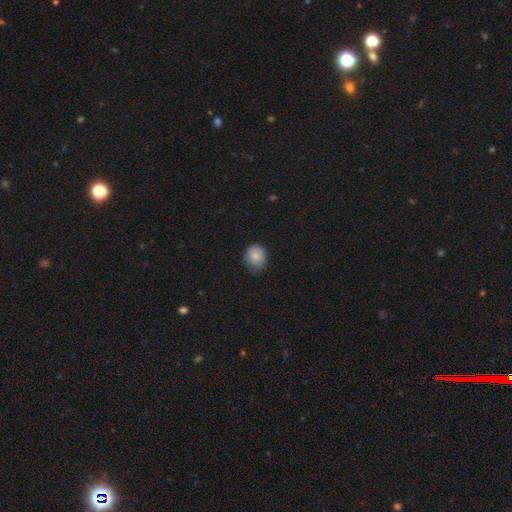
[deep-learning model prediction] Smooth or featured? smooth (85%)
How rounded? round (64%)
Merging? none (65%)